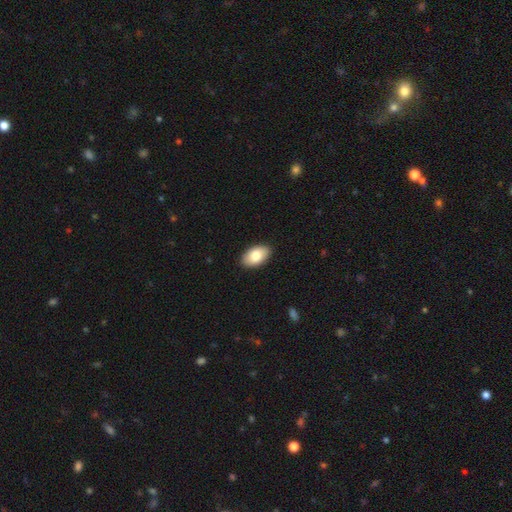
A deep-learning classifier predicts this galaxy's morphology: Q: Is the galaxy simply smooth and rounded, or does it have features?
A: smooth — 81%.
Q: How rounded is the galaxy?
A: in between — 94%.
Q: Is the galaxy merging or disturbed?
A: none — 90%.